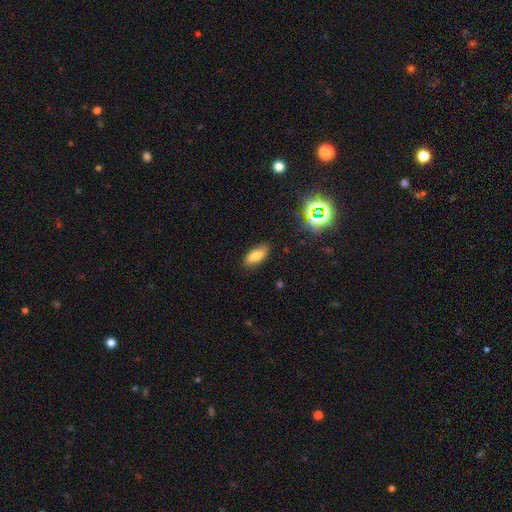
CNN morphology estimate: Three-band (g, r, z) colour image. It shows a smooth galaxy with no disk features (78%) that is in between round and cigar-shaped (85%). Merging: none (81%).